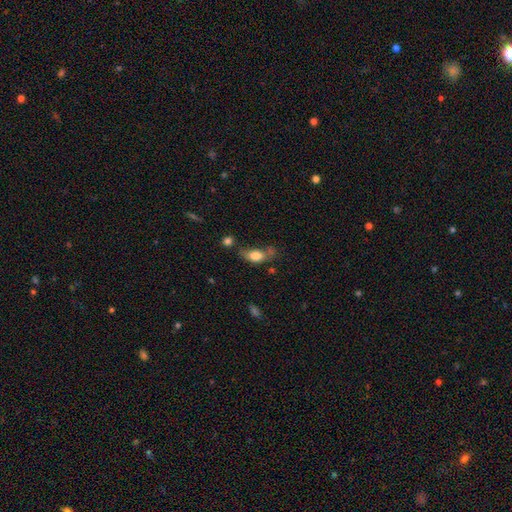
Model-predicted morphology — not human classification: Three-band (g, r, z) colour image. It shows a smooth galaxy with no disk features (77%) that is in between round and cigar-shaped (81%). Merging: none (38%).